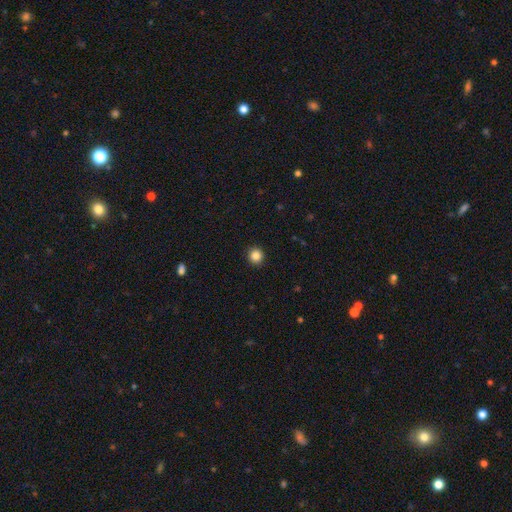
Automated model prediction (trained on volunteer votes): Smooth or featured? smooth (86%)
How rounded? round (94%)
Merging? none (93%)